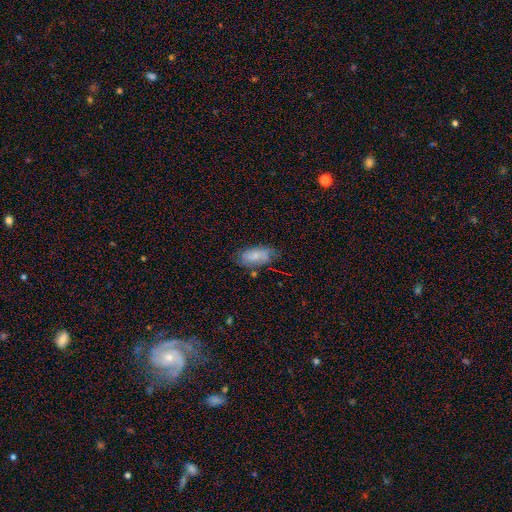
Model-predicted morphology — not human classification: type=smooth (69%); roundness=in between (91%); merging=none (62%).